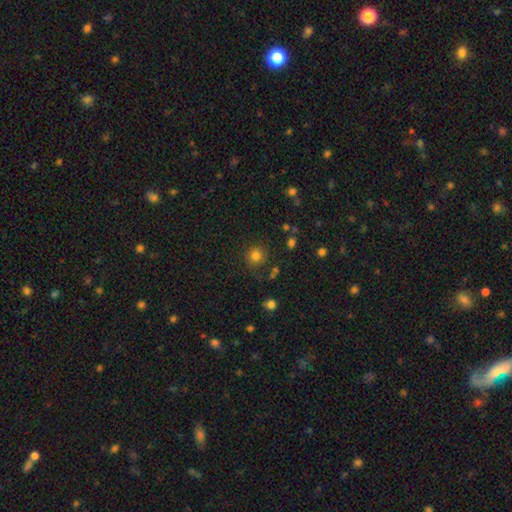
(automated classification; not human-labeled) smooth 81%, star or artifact 14%, featured or disk 5%. Down the decision tree: how rounded — round (92%); merging — none (82%).